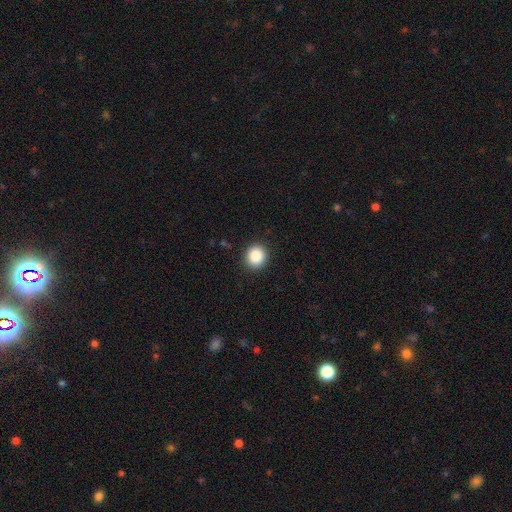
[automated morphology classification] A smooth galaxy with no disk features (87%) that is round (90%). Merging: none (91%).